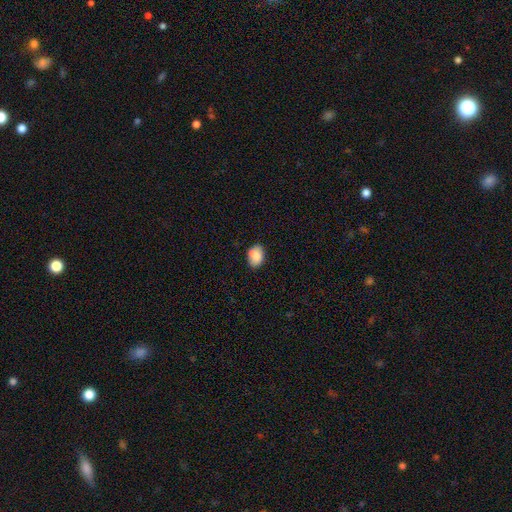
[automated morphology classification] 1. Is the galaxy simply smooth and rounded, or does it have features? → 87% smooth, 8% star or artifact, 6% featured or disk.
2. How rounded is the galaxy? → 78% in between, 21% round, 1% cigar-shaped.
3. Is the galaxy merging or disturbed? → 84% none, 12% minor disturbance, 2% major disturbance, 1% merger.